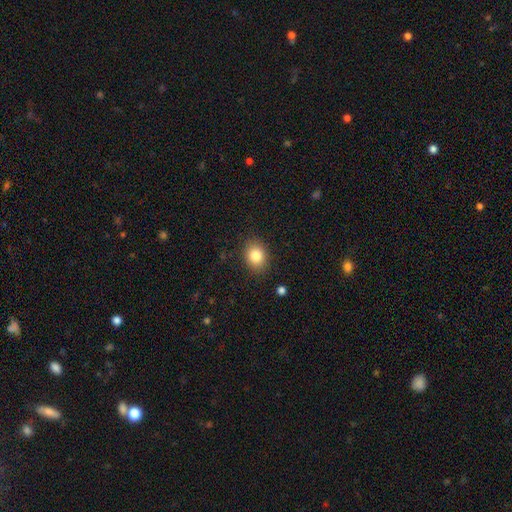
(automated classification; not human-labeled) smooth-or-featured: smooth: 83% | star or artifact: 10% | featured or disk: 7%
  how-rounded: round: 54% | in between: 45% | cigar-shaped: 1%
  merging: none: 87% | minor disturbance: 9% | major disturbance: 3% | merger: 1%